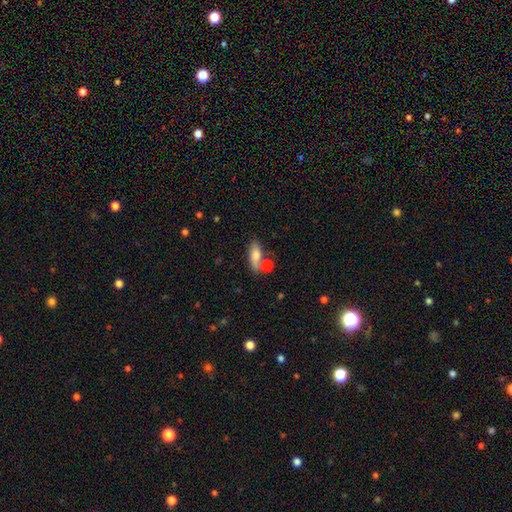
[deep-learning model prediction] smooth-or-featured: smooth: 74% | featured or disk: 18% | star or artifact: 8%
  how-rounded: in between: 66% | cigar-shaped: 28% | round: 6%
  merging: none: 52% | merger: 25% | minor disturbance: 17% | major disturbance: 7%